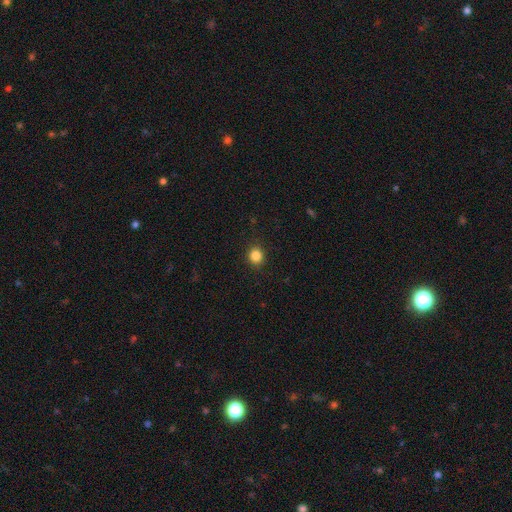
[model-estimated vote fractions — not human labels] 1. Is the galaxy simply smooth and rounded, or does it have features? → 85% smooth, 11% star or artifact, 4% featured or disk.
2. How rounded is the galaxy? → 87% round, 12% in between, 1% cigar-shaped.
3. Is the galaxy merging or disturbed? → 91% none, 6% minor disturbance, 2% major disturbance, 1% merger.